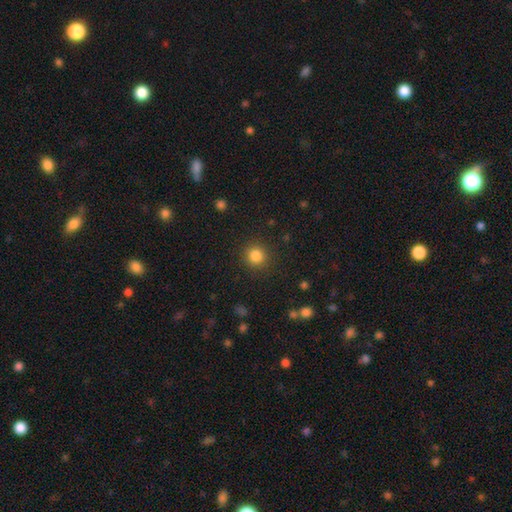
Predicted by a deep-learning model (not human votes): Overall: smooth (84%). How rounded: round (93%). Merging: none (90%).